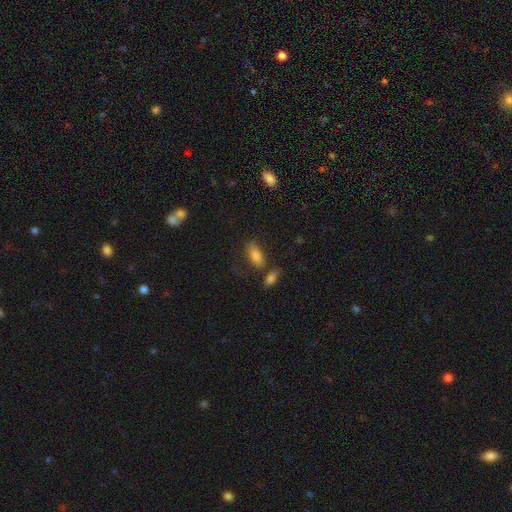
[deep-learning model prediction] Q: Smooth or featured?
A: smooth (82%); runner-up: star or artifact (9%)
Q: How rounded?
A: in between (85%); runner-up: cigar-shaped (12%)
Q: Merging?
A: none (62%); runner-up: minor disturbance (17%)